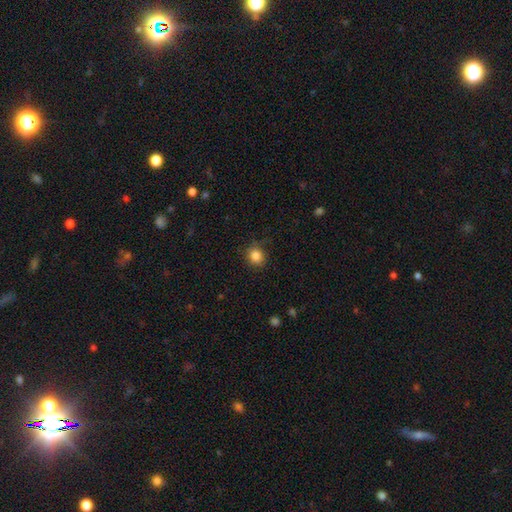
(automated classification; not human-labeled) smooth 85%, star or artifact 11%, featured or disk 4%. Down the decision tree: how rounded — round (82%); merging — none (85%).